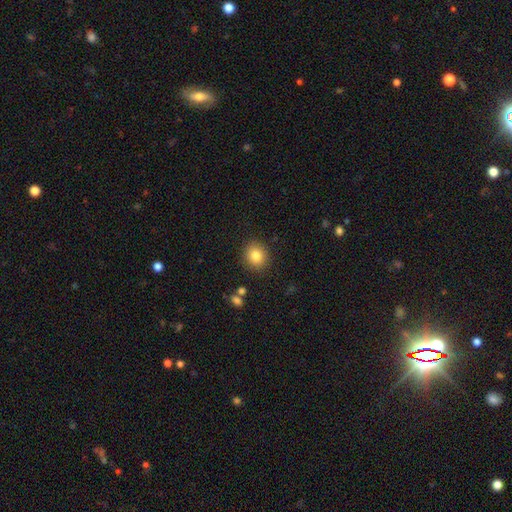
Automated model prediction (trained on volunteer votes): Smooth or featured? smooth (82%)
How rounded? round (81%)
Merging? none (88%)